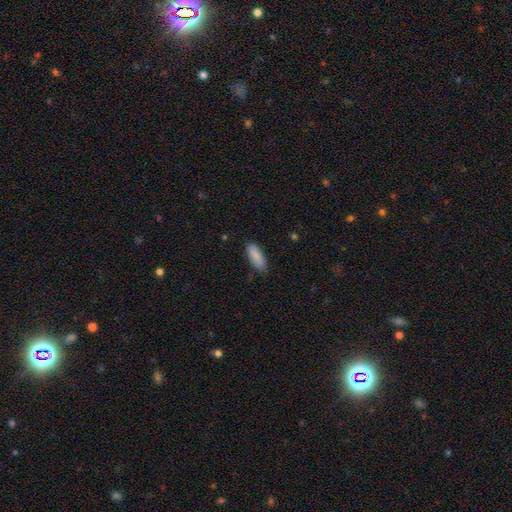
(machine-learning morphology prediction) Smooth or featured? Predicted: smooth (p=0.87). How rounded? Predicted: in between (p=0.76). Merging? Predicted: none (p=0.80).